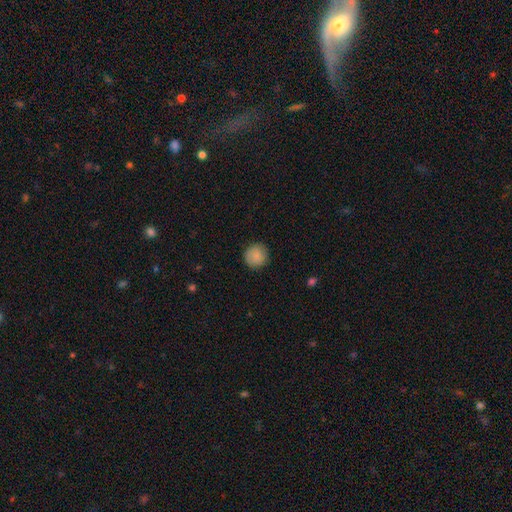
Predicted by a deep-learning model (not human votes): Smooth or featured?
  - smooth: 86% *
  - star or artifact: 7%
  - featured or disk: 6%
How rounded?
  - round: 93% *
  - in between: 6%
  - cigar-shaped: 1%
Merging?
  - none: 88% *
  - minor disturbance: 9%
  - major disturbance: 2%
  - merger: 1%